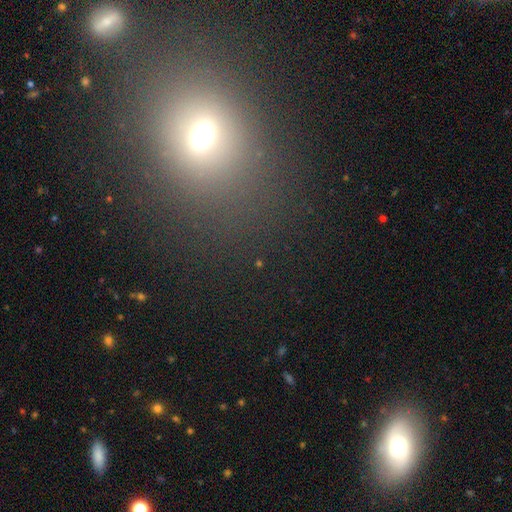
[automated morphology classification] Smooth or featured?
  - smooth: 48% *
  - star or artifact: 38%
  - featured or disk: 14%
Merging?
  - none: 80% *
  - minor disturbance: 9%
  - merger: 6%
  - major disturbance: 5%